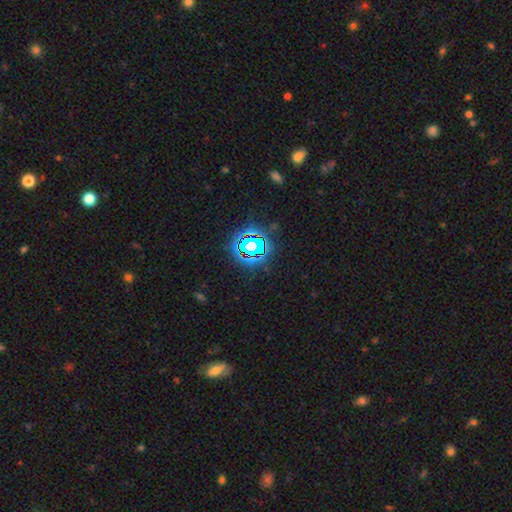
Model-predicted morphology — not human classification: This is likely a star or artifact rather than a galaxy (75%).